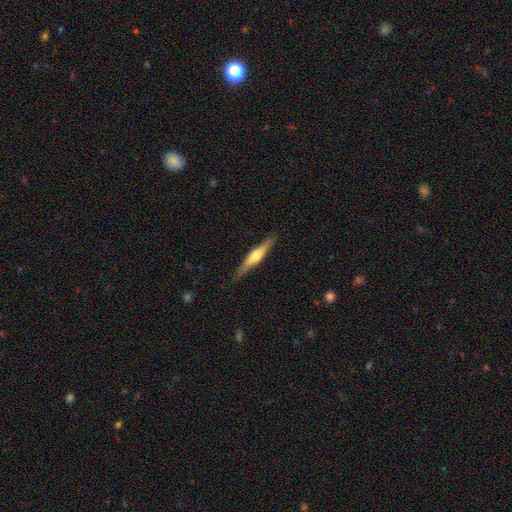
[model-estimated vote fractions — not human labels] Overall: featured or disk (54%; smooth 40%). Edge-on disk: yes (95%). Edge-on bulge: rounded (81%). Merging: none (86%).